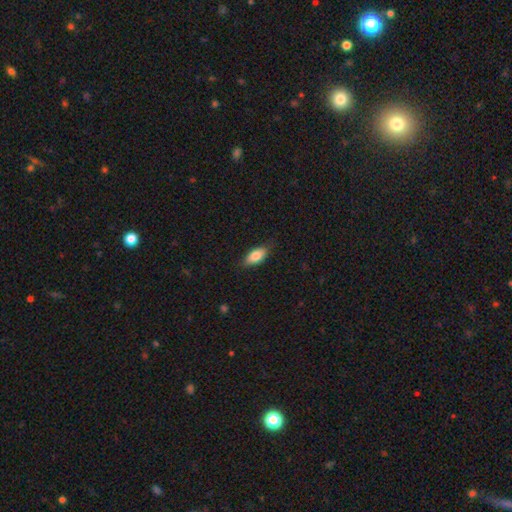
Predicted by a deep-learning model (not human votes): This is clearly a smooth galaxy (82%). How rounded: clearly in between (87%). Merging: clearly none (80%).